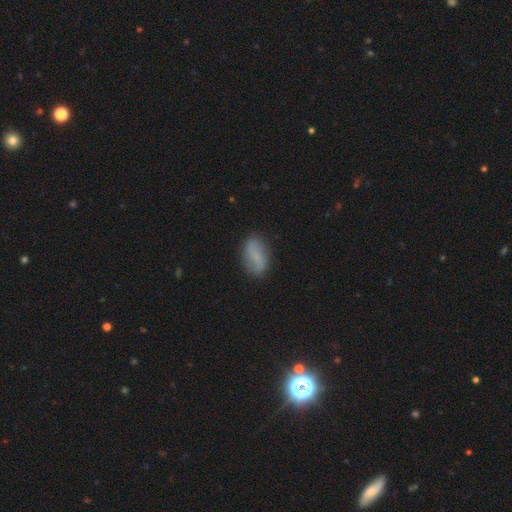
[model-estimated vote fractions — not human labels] Smooth or featured: smooth — 66% (featured or disk — 26%)
How rounded: in between — 90% (round — 6%)
Merging: none — 80% (minor disturbance — 15%)